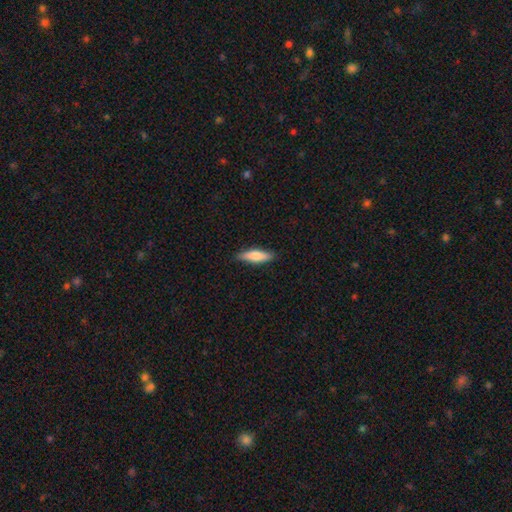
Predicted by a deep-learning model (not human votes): This appears to be a smooth galaxy with no disk features (68%) that is cigar-shaped (63%). Merging: none (87%).